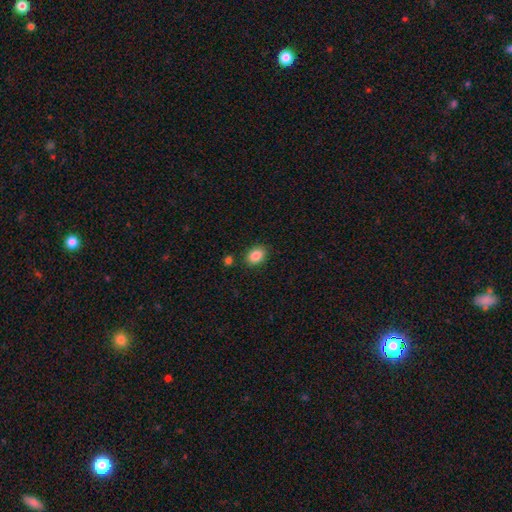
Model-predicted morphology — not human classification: This appears to be a smooth galaxy with no disk features (88%) that is in between round and cigar-shaped (74%). Merging: none (85%).